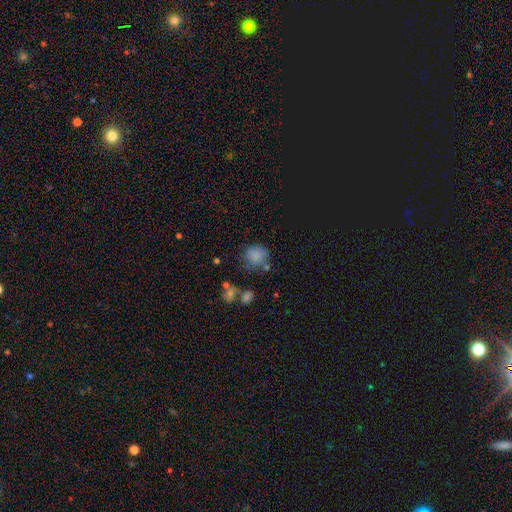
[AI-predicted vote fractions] Morphology: type=smooth (77%); roundness=round (79%); merging=none (62%).